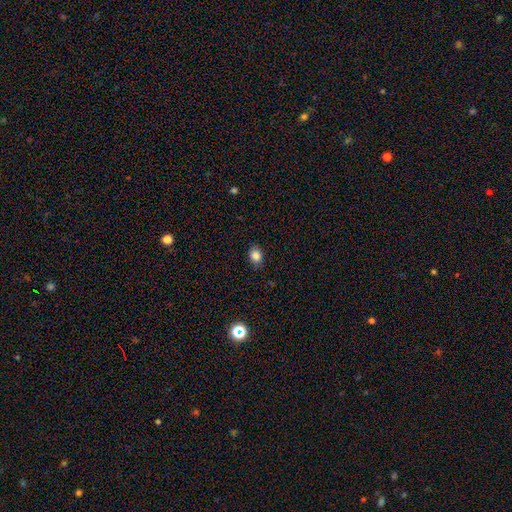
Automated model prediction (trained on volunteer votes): smooth 84%, star or artifact 11%, featured or disk 5%. Down the decision tree: how rounded — in between (59%); merging — none (86%).